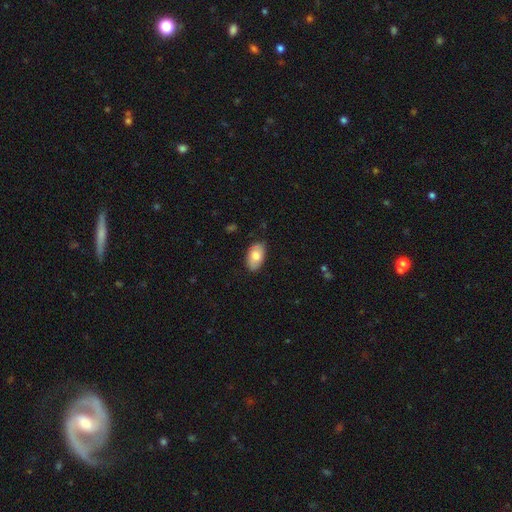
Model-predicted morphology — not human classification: This appears to be a smooth galaxy with no disk features (78%) that is in between round and cigar-shaped (94%). Merging: none (81%).